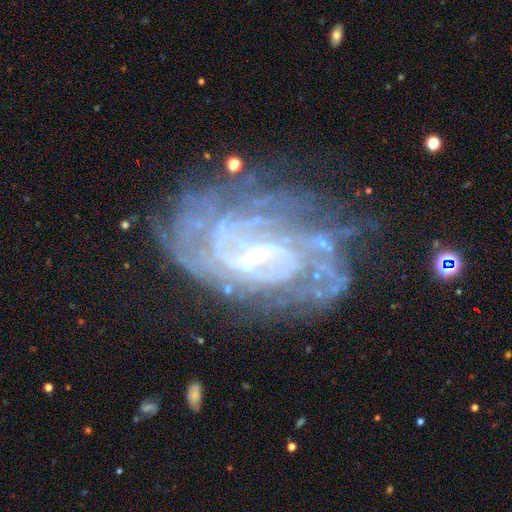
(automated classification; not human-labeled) This appears to be a featured or disk galaxy (88%) with a weak bar (43%), tight (59%) spiral arms (95%) and a small central bulge (81%). Merging: none (55%).